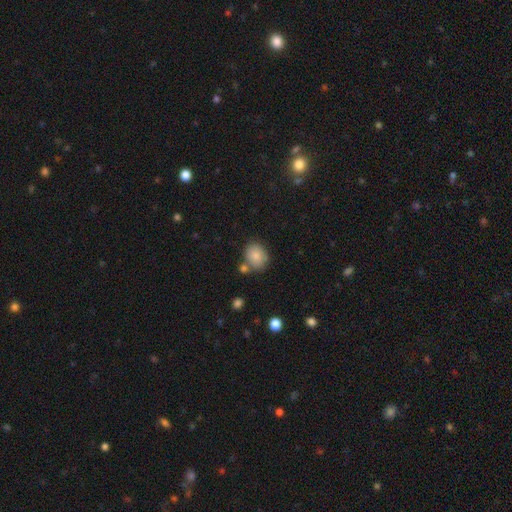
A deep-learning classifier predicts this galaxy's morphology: smooth_or_featured: smooth (p=0.83) [alt: featured or disk p=0.08]
how_rounded: round (p=0.59) [alt: in between p=0.40]
merging: none (p=0.69) [alt: minor disturbance p=0.14]